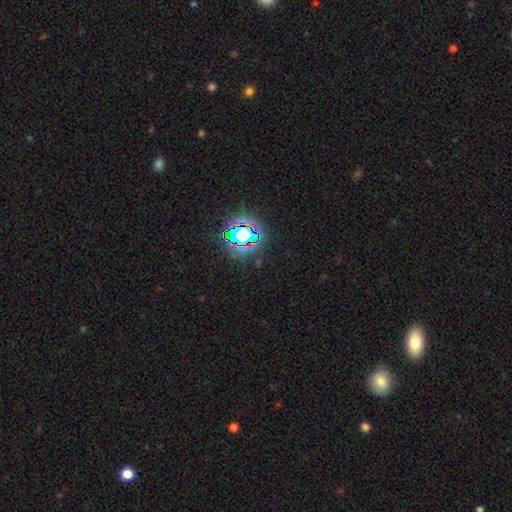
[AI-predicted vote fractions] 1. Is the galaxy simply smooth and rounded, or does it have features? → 79% star or artifact, 13% smooth, 8% featured or disk.